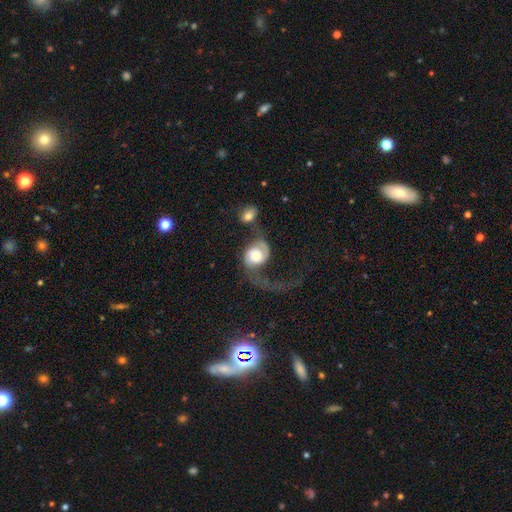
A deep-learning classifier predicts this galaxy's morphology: This appears to be a featured or disk galaxy (69%) with no bar (70%), 1 (48%) loose (67%) spiral arms (90%) and a moderate central bulge (38%, tied with large). Merging: major disturbance (49%).